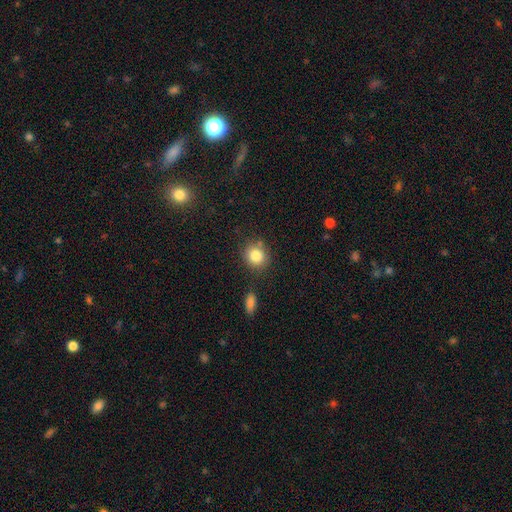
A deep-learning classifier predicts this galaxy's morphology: smooth-or-featured: smooth: 84% | star or artifact: 9% | featured or disk: 7%
  how-rounded: round: 80% | in between: 19% | cigar-shaped: 1%
  merging: none: 77% | minor disturbance: 12% | merger: 7% | major disturbance: 3%